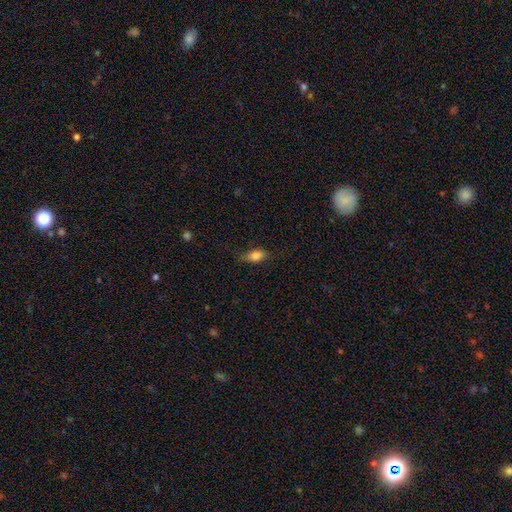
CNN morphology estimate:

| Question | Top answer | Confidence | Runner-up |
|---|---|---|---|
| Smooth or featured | smooth | 79% | featured or disk (12%) |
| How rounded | in between | 83% | cigar-shaped (10%) |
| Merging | none | 73% | minor disturbance (21%) |